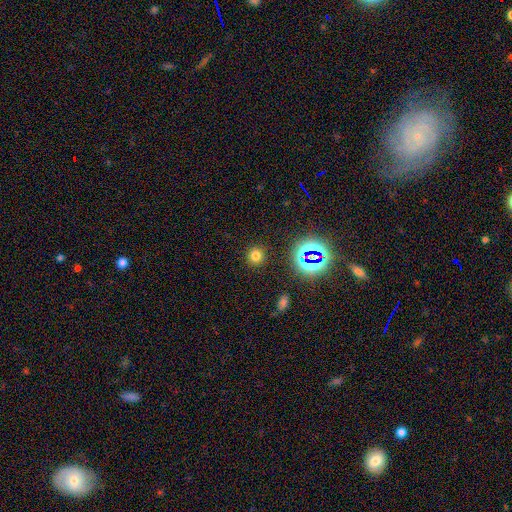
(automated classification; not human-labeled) This appears to be a smooth galaxy with no disk features (71%) that is round (90%). Merging: none (89%).